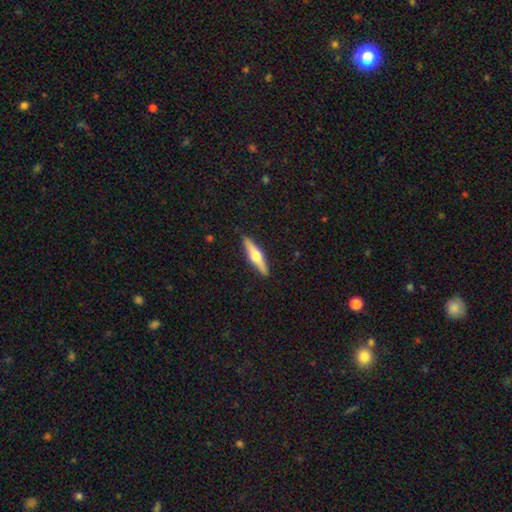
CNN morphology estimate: A featured or disk galaxy (63%) viewed edge-on (97%) with a rounded central bulge (94%). Merging: none (90%).